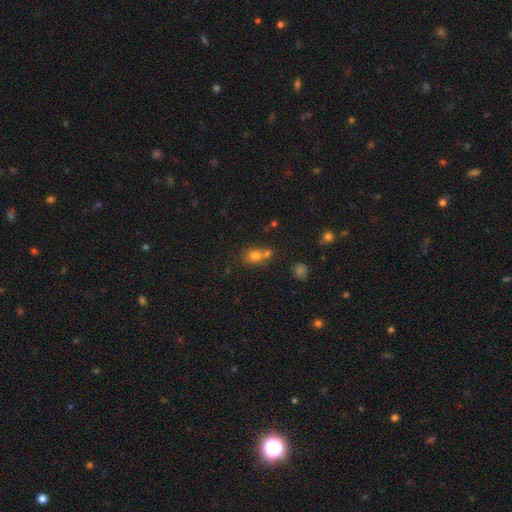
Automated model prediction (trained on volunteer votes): smooth 73%, star or artifact 16%, featured or disk 11%. Down the decision tree: how rounded — round (55%); merging — none (46%).